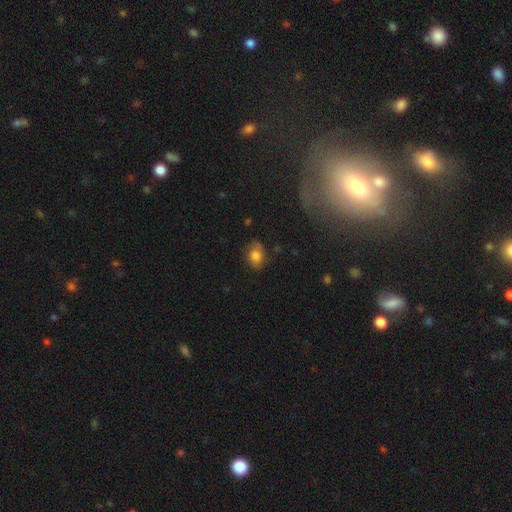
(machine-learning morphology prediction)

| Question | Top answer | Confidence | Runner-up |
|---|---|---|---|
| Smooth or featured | smooth | 71% | featured or disk (19%) |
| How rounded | in between | 60% | round (39%) |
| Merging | none | 69% | minor disturbance (22%) |